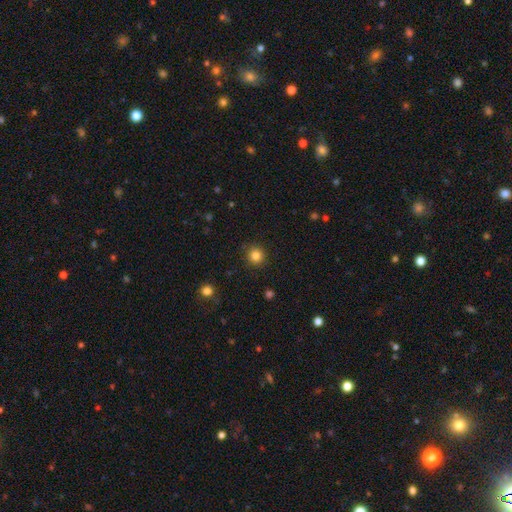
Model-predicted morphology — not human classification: Smooth or featured?
  - smooth: 83% *
  - star or artifact: 12%
  - featured or disk: 5%
How rounded?
  - round: 93% *
  - in between: 6%
  - cigar-shaped: 1%
Merging?
  - none: 90% *
  - minor disturbance: 6%
  - major disturbance: 2%
  - merger: 1%